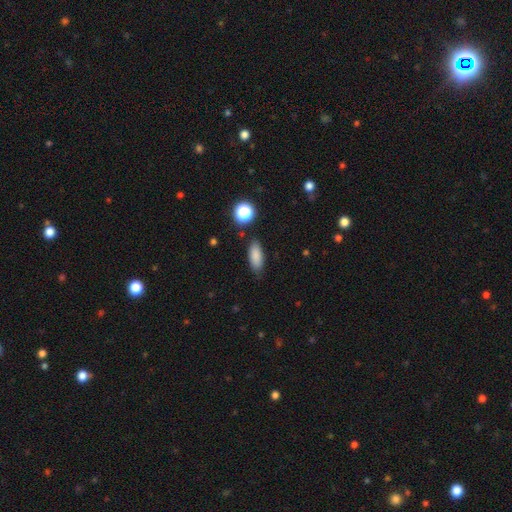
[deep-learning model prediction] This appears to be a smooth galaxy with no disk features (85%) that is in between round and cigar-shaped (76%). Merging: none (83%).